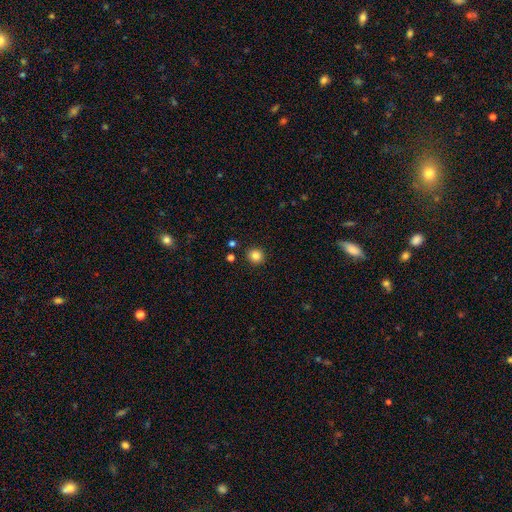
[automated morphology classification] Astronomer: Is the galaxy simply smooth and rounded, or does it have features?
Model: smooth — 84%.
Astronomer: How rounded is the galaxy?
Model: round — 91%.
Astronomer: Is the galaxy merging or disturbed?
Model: none — 91%.